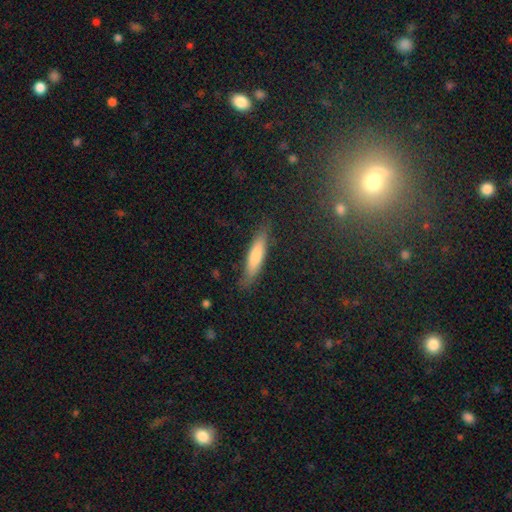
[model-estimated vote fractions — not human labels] smooth 75%, featured or disk 19%, star or artifact 6%. Down the decision tree: how rounded — cigar-shaped (74%); merging — none (80%).